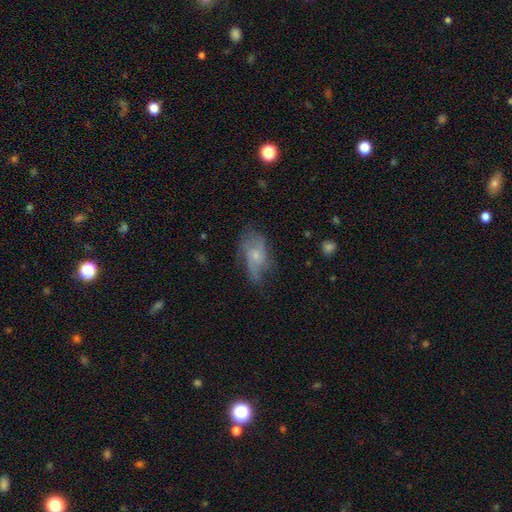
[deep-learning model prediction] Morphology: type=featured or disk (58%); edge-on=no (94%); bar=no (76%); spiral arms=yes (78%); bulge=small (64%); merging=none (49%).